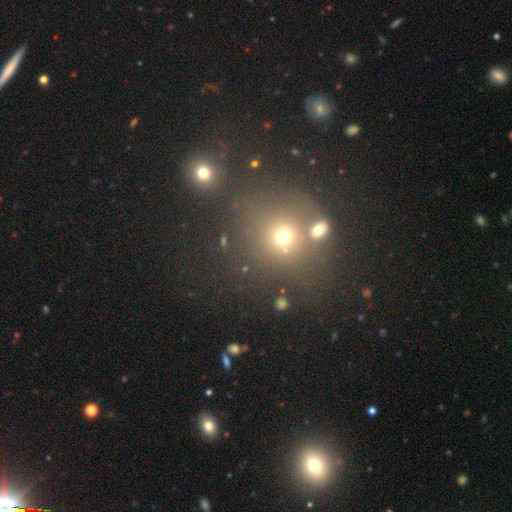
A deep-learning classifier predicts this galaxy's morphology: smooth-or-featured: smooth: 52% | star or artifact: 36% | featured or disk: 12%
  how-rounded: round: 88% | in between: 11% | cigar-shaped: 1%
  merging: none: 72% | merger: 14% | minor disturbance: 9% | major disturbance: 5%